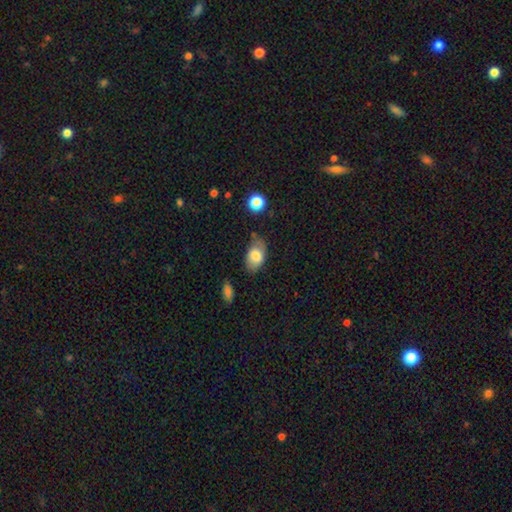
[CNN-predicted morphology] Overall: smooth (76%). How rounded: in between (89%). Merging: none (59%; minor disturbance 29%).